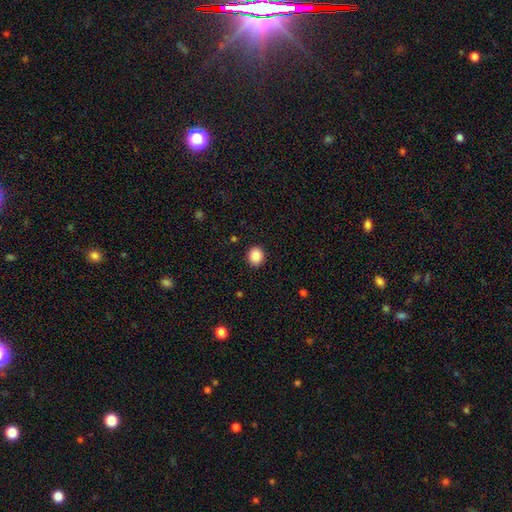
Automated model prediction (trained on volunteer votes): Smooth or featured? smooth (87%)
How rounded? round (76%)
Merging? none (91%)